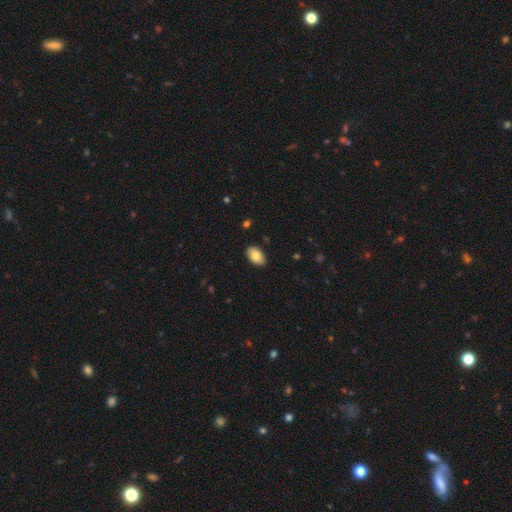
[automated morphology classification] smooth-or-featured: smooth: 84% | featured or disk: 10% | star or artifact: 7%
  how-rounded: in between: 92% | round: 7% | cigar-shaped: 1%
  merging: none: 88% | minor disturbance: 9% | major disturbance: 2% | merger: 1%